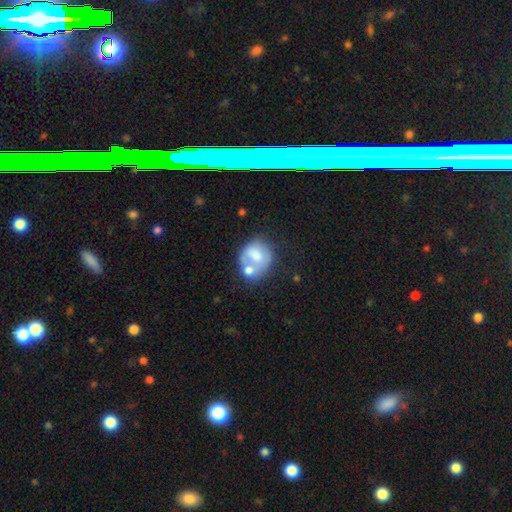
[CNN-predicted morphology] Smooth or featured? smooth (60%)
How rounded? round (68%)
Merging? merger (43%)